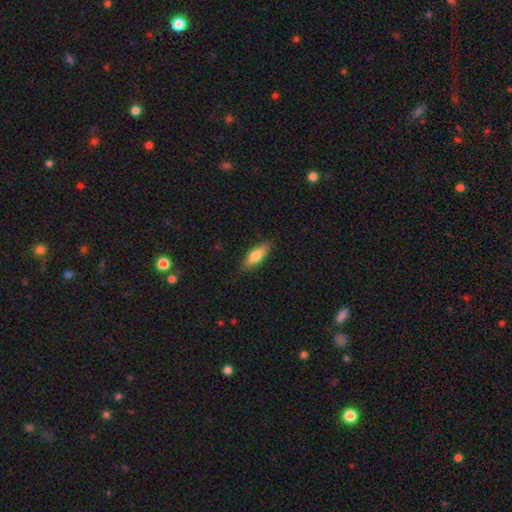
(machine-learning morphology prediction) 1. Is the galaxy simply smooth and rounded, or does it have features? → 73% smooth, 21% featured or disk, 6% star or artifact.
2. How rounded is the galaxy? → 58% in between, 39% cigar-shaped, 2% round.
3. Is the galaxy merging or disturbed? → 83% none, 13% minor disturbance, 3% major disturbance, 1% merger.